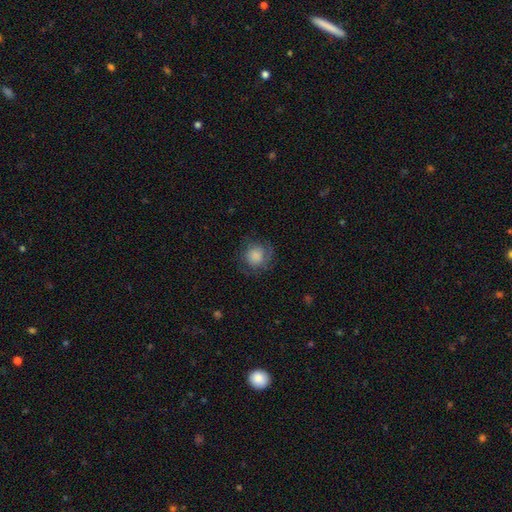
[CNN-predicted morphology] Overall: smooth (72%). How rounded: round (90%). Merging: none (73%).